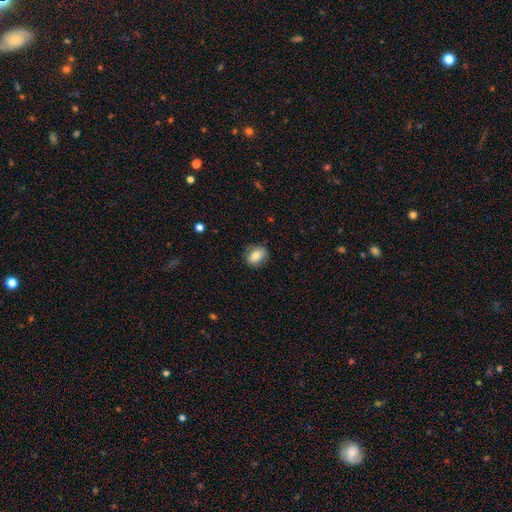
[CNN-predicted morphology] smooth 75%, featured or disk 17%, star or artifact 8%. Down the decision tree: how rounded — in between (63%); merging — none (81%).